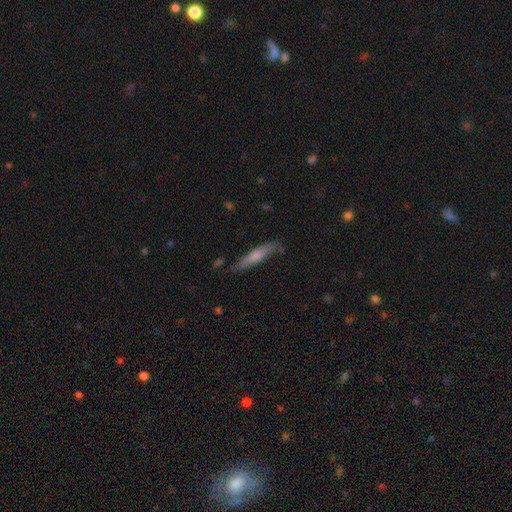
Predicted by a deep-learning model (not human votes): The model was most divided on "smooth or featured": smooth: 60%, featured or disk: 33%, star or artifact: 6%. More confident: how rounded — cigar-shaped (84%); merging — none (63%).